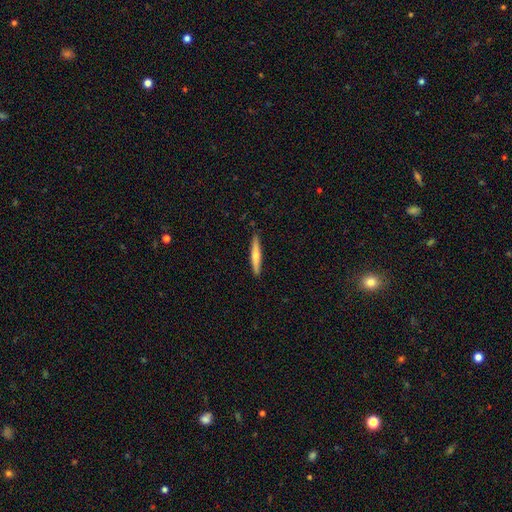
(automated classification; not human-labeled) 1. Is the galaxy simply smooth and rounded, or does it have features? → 57% smooth, 38% featured or disk, 5% star or artifact.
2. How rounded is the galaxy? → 93% cigar-shaped, 6% in between, 1% round.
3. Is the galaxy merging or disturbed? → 89% none, 8% minor disturbance, 1% major disturbance, 1% merger.